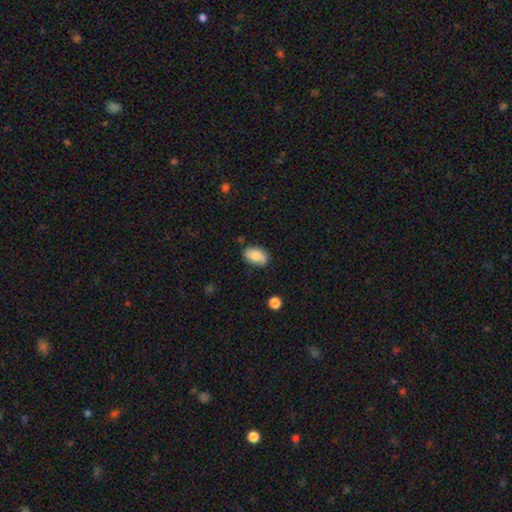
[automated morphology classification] Smooth or featured? smooth (80%)
How rounded? in between (91%)
Merging? none (76%)